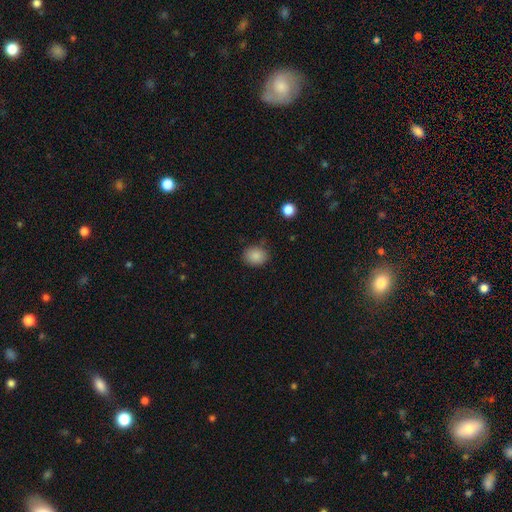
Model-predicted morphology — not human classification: smooth_or_featured: smooth (p=0.86) [alt: star or artifact p=0.10]
how_rounded: round (p=0.60) [alt: in between p=0.39]
merging: none (p=0.81) [alt: minor disturbance p=0.14]